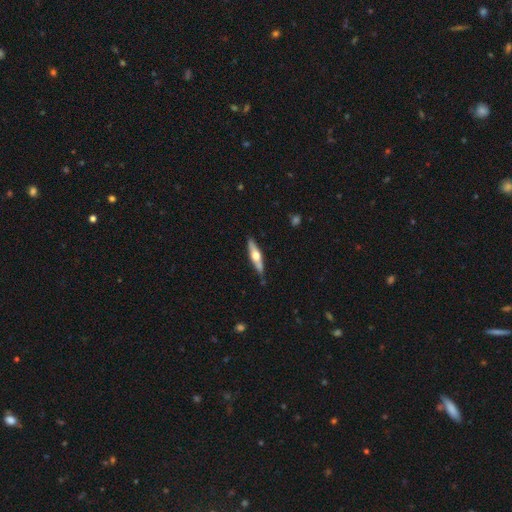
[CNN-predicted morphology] Smooth or featured? Predicted: featured or disk (p=0.57). Edge-on disk? Predicted: yes (p=0.92). Edge-on bulge? Predicted: rounded (p=0.93). Merging? Predicted: none (p=0.85).